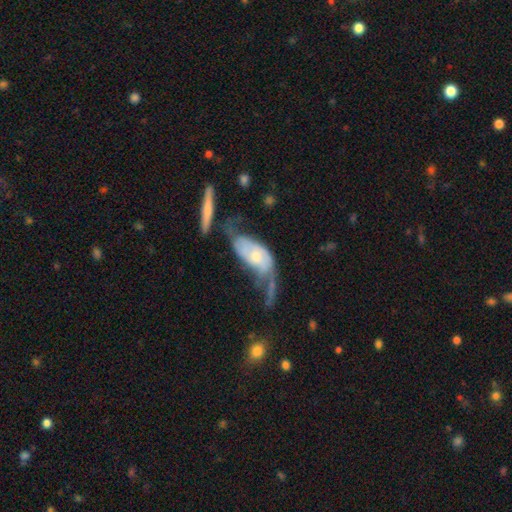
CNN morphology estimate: Overall: featured or disk (62%; smooth 32%). Edge-on disk: no (89%). Bar: no (73%). Spiral arms: yes (69%; no 31%). Bulge size: moderate (51%; small 40%). Merging: major disturbance (40%; merger 21%).